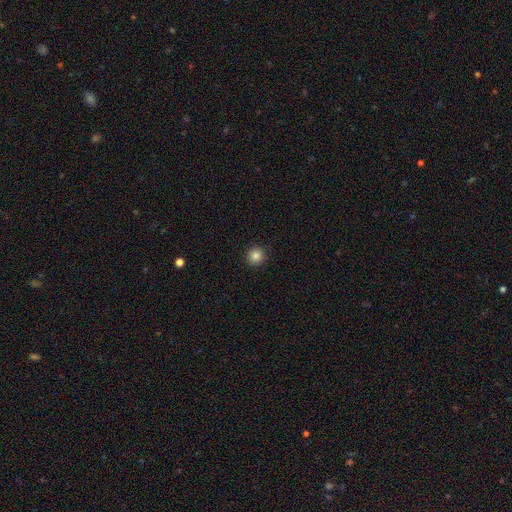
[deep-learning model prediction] Smooth or featured: smooth — 84% (star or artifact — 11%)
How rounded: round — 95% (in between — 4%)
Merging: none — 93% (minor disturbance — 4%)